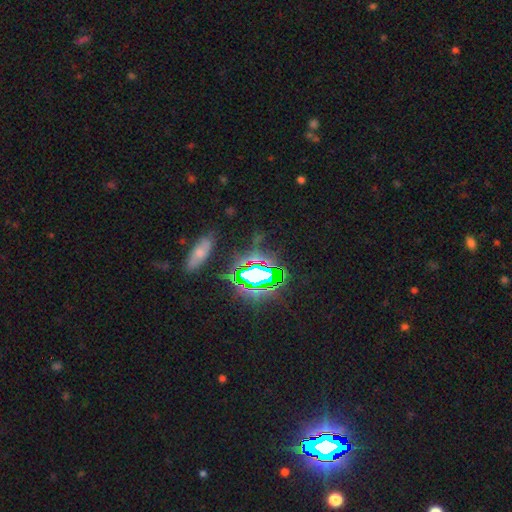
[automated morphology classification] A star or artifact, not a galaxy (73%).